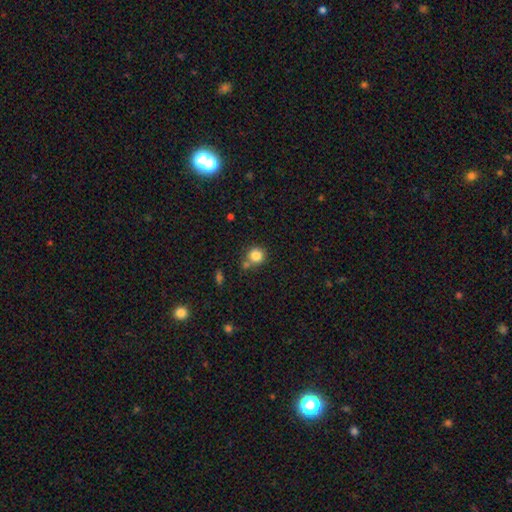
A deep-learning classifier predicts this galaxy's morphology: This appears to be a smooth galaxy with no disk features (82%) that is round (89%). Merging: none (65%).